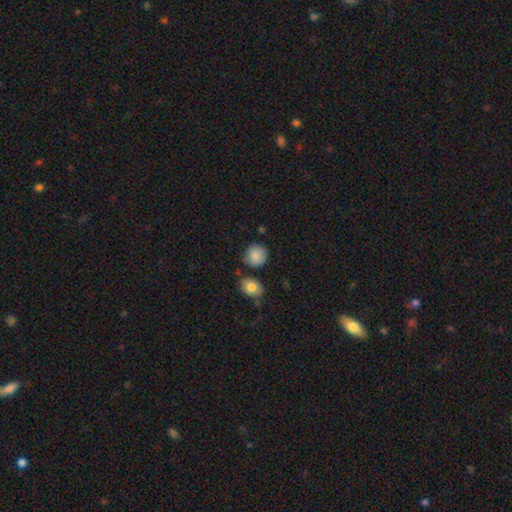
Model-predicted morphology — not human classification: Smooth or featured?
  - smooth: 86% *
  - star or artifact: 7%
  - featured or disk: 7%
How rounded?
  - round: 87% *
  - in between: 12%
  - cigar-shaped: 1%
Merging?
  - none: 75% *
  - minor disturbance: 15%
  - merger: 6%
  - major disturbance: 4%